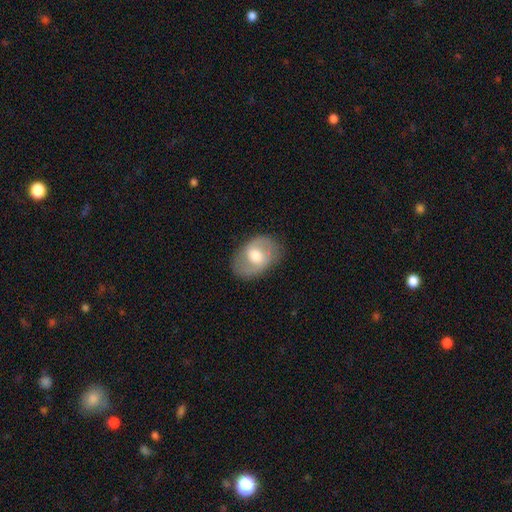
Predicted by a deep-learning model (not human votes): Q: Smooth or featured?
A: featured or disk (53%); runner-up: smooth (40%)
Q: Edge-on disk?
A: no (94%); runner-up: yes (6%)
Q: Merging?
A: none (80%); runner-up: minor disturbance (14%)